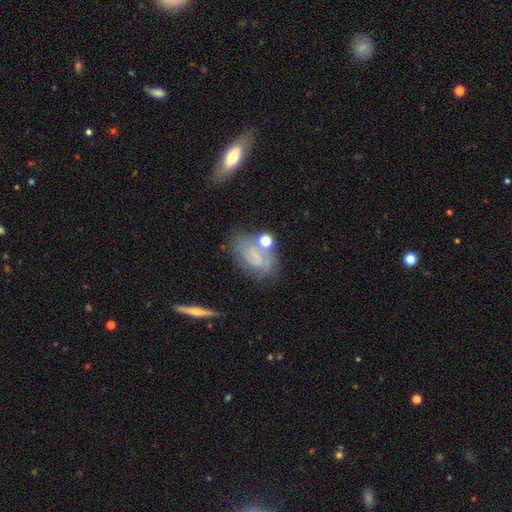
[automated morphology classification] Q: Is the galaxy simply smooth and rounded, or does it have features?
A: featured or disk — 58%.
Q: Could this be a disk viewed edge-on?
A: no — 92%.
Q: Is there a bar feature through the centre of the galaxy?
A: no — 59%.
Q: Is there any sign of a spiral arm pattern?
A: yes — 71%.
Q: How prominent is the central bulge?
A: none — 48%.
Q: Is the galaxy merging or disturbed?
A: none — 55%.